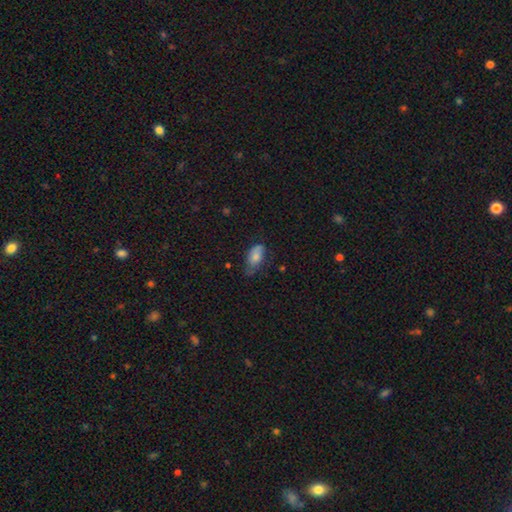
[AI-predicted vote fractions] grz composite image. It shows a smooth galaxy with no disk features (74%) that is in between round and cigar-shaped (91%). Merging: none (48%).